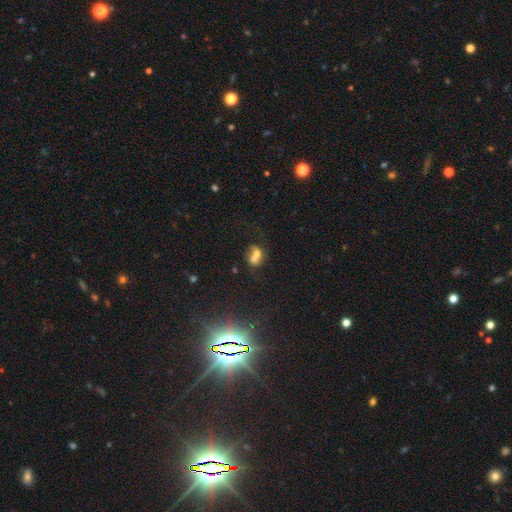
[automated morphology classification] Overall: smooth (58%; featured or disk 25%). How rounded: in between (57%; round 41%). Merging: merger (58%; none 25%).